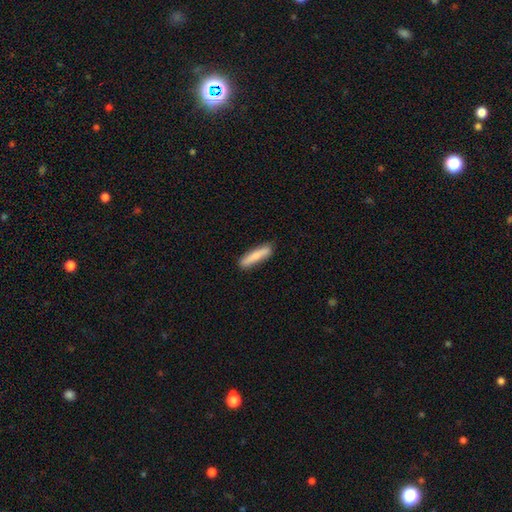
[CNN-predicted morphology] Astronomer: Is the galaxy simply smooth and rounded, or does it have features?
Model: smooth — 75%.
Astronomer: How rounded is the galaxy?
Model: cigar-shaped — 85%.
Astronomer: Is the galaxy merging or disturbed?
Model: none — 86%.